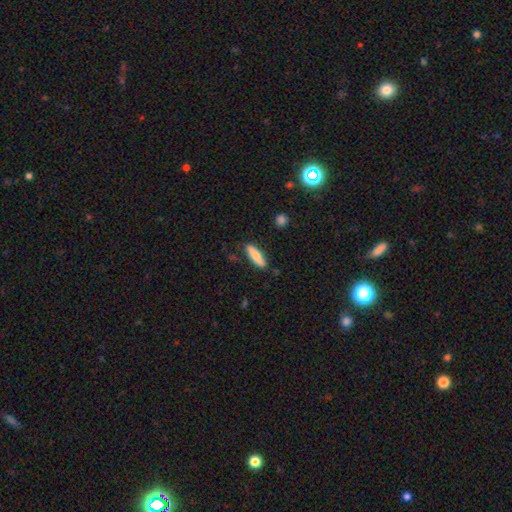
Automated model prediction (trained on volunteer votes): Smooth or featured?
  - smooth: 69% *
  - featured or disk: 26%
  - star or artifact: 6%
How rounded?
  - cigar-shaped: 59% *
  - in between: 39%
  - round: 2%
Merging?
  - none: 83% *
  - minor disturbance: 13%
  - major disturbance: 2%
  - merger: 2%